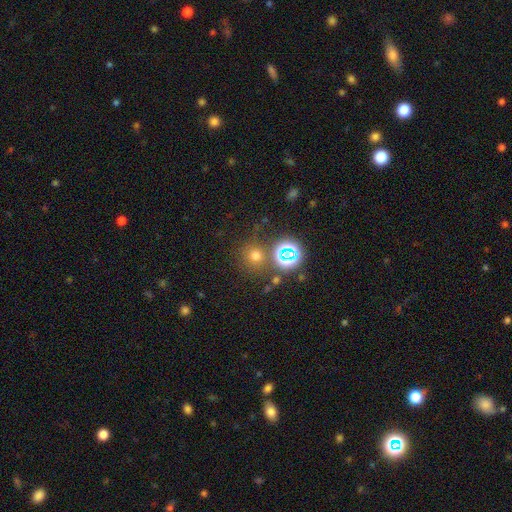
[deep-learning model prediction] This appears to be a smooth galaxy with no disk features (64%) that is round (90%). Merging: none (76%).